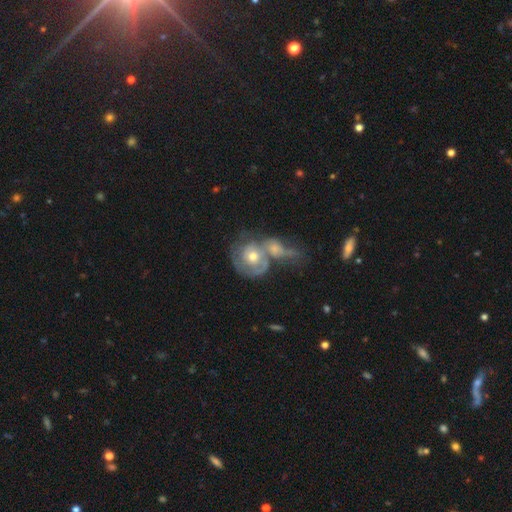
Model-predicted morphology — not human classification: featured or disk 70%, smooth 22%, star or artifact 8%. Down the decision tree: edge-on disk — no (96%); bar — no (76%); spiral arms — yes (80%); spiral arm count — 2 (43%); spiral winding — tight (61%); bulge size — moderate (67%); merging — merger (55%).